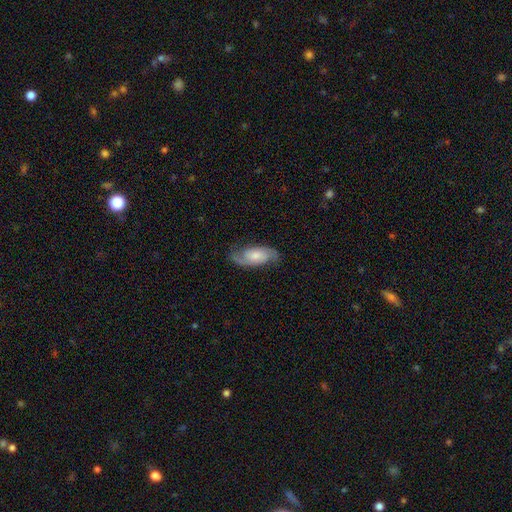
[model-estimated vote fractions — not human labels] smooth_or_featured: featured or disk (p=0.67) [alt: smooth p=0.27]
disk_edge_on: no (p=0.93) [alt: yes p=0.07]
bar: no (p=0.60) [alt: weak p=0.33]
has_spiral_arms: yes (p=0.93) [alt: no p=0.07]
spiral_winding: medium (p=0.46) [alt: loose p=0.32]
spiral_arm_count: 2 (p=0.86) [alt: can't tell p=0.07]
bulge_size: moderate (p=0.43) [alt: small p=0.35]
merging: none (p=0.74) [alt: minor disturbance p=0.18]